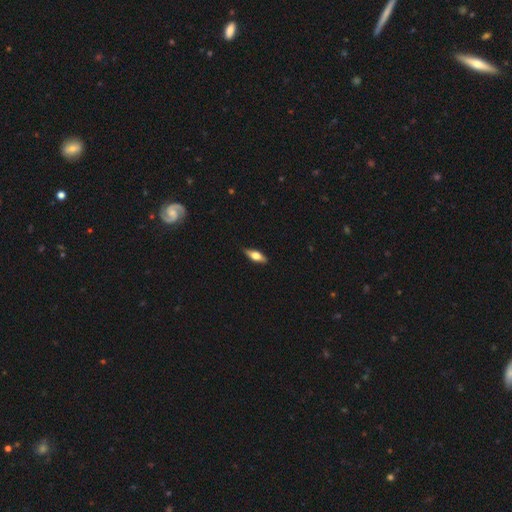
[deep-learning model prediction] smooth-or-featured: smooth: 50% | featured or disk: 44% | star or artifact: 6%
  merging: none: 85% | minor disturbance: 12% | major disturbance: 2% | merger: 1%